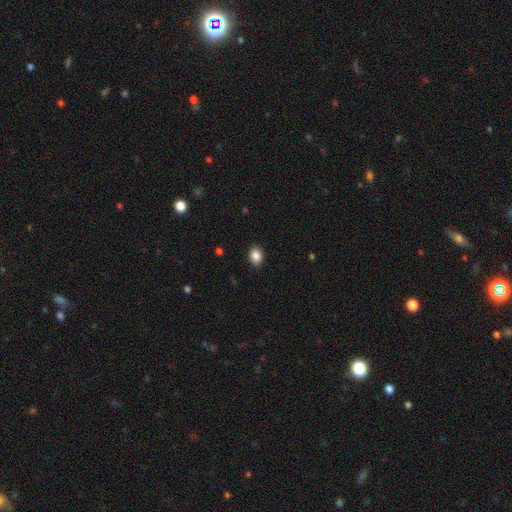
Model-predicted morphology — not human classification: Smooth or featured? Predicted: smooth (p=0.88). How rounded? Predicted: in between (p=0.64). Merging? Predicted: none (p=0.90).